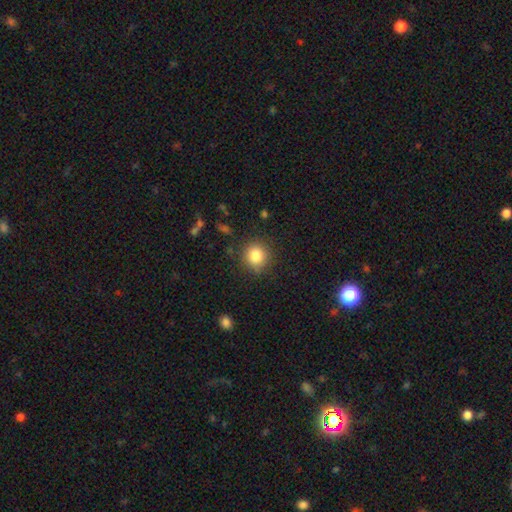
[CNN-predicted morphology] Smooth or featured: smooth — 84% (star or artifact — 10%)
How rounded: round — 88% (in between — 11%)
Merging: none — 85% (minor disturbance — 10%)